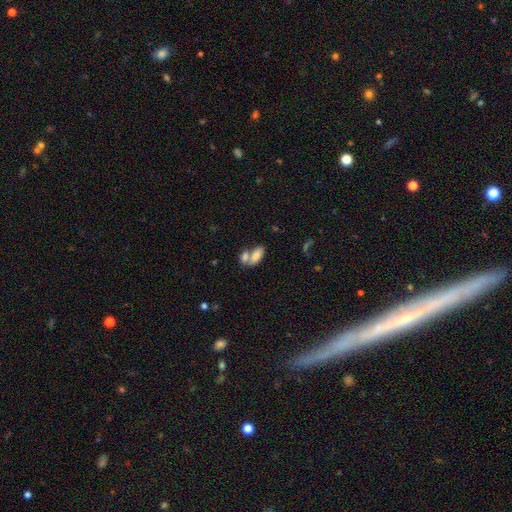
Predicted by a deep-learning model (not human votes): Overall: smooth (78%). How rounded: in between (90%). Merging: merger (57%; none 30%).